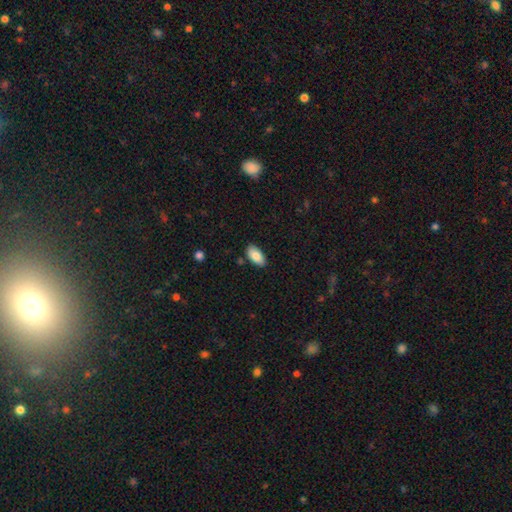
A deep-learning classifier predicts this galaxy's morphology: Smooth or featured? smooth (85%)
How rounded? in between (95%)
Merging? none (86%)